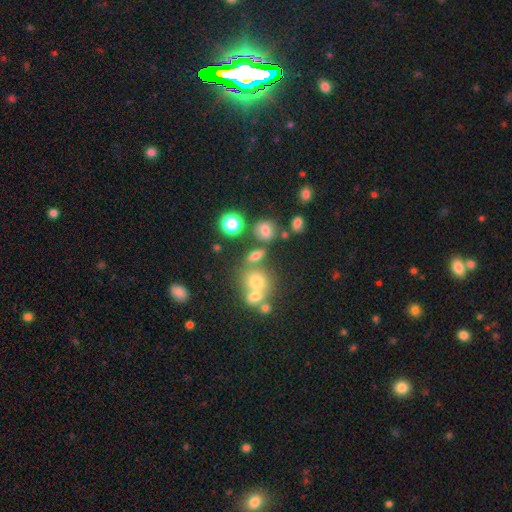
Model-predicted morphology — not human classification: Smooth or featured? smooth (66%)
How rounded? round (50%)
Merging? none (52%)